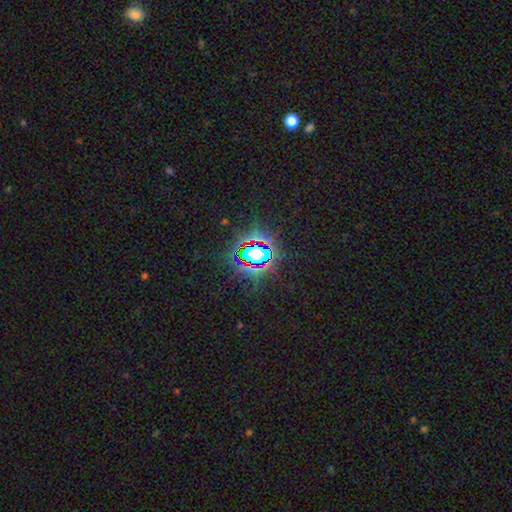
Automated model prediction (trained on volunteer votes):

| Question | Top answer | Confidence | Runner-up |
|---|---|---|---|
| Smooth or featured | star or artifact | 74% | smooth (17%) |